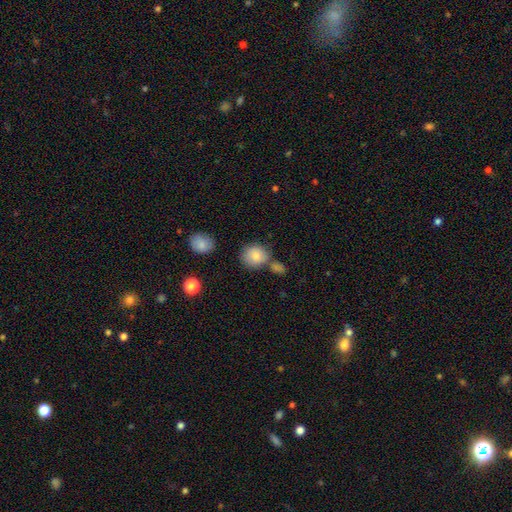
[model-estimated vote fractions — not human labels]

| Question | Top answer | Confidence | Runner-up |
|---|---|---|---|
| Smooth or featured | smooth | 84% | star or artifact (8%) |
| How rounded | round | 78% | in between (20%) |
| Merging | none | 61% | merger (21%) |